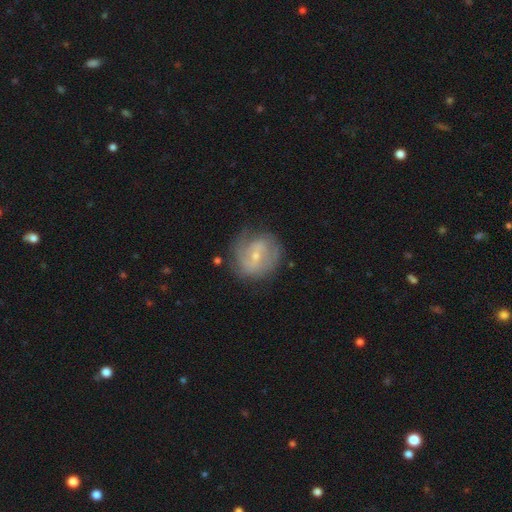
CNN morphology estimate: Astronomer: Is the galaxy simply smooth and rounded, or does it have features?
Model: featured or disk — 72%.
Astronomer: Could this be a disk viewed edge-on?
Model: no — 97%.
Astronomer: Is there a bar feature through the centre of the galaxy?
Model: weak — 48% (runner-up: no, 36%).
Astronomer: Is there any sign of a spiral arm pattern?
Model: yes — 86%.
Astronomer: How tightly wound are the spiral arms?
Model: medium — 41%, tied with tight at 41%.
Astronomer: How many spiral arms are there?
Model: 2 — 52% (runner-up: can't tell, 28%).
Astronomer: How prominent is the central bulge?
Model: small — 69%.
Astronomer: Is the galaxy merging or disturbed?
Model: none — 71%.